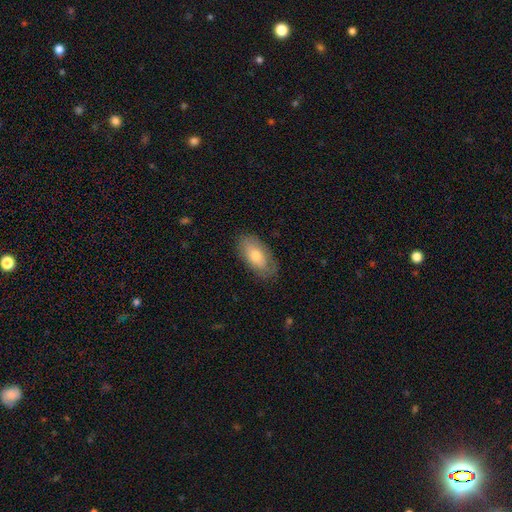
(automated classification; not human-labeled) Morphology: type=smooth (67%); roundness=in between (91%); merging=none (78%).